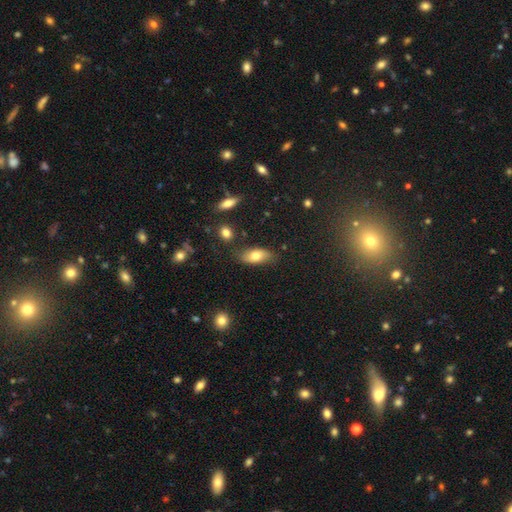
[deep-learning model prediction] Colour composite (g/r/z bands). It shows a smooth galaxy with no disk features (74%) that is in between round and cigar-shaped (88%). Merging: none (77%).